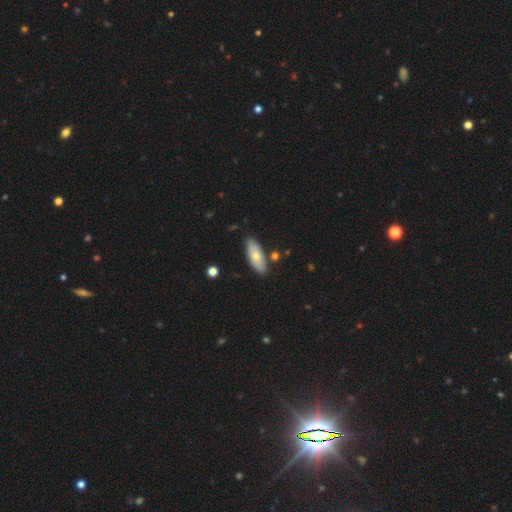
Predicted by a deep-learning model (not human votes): This appears to be a smooth galaxy with no disk features (64%) that is in between round and cigar-shaped (77%). Merging: none (83%).